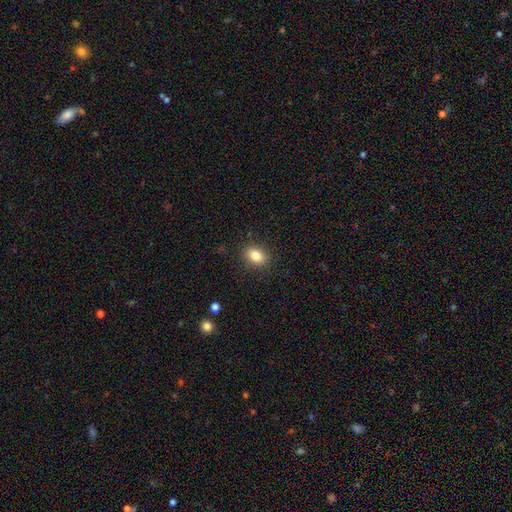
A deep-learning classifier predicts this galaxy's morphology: Smooth or featured? smooth (83%)
How rounded? in between (69%)
Merging? none (88%)